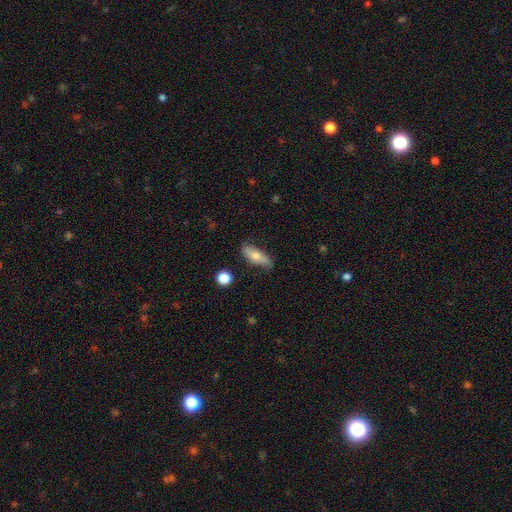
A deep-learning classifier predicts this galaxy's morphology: This is likely a smooth galaxy (66%). How rounded: likely in between (74%). Merging: likely none (74%).